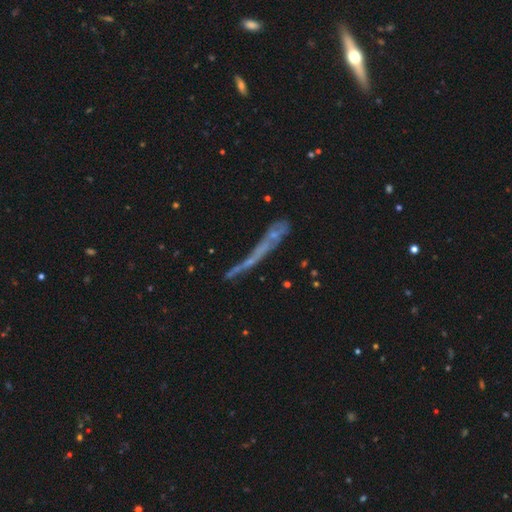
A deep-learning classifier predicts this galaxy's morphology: Smooth or featured?
  - featured or disk: 45% *
  - smooth: 34%
  - star or artifact: 21%
Merging?
  - none: 44% *
  - major disturbance: 21%
  - minor disturbance: 18%
  - merger: 17%